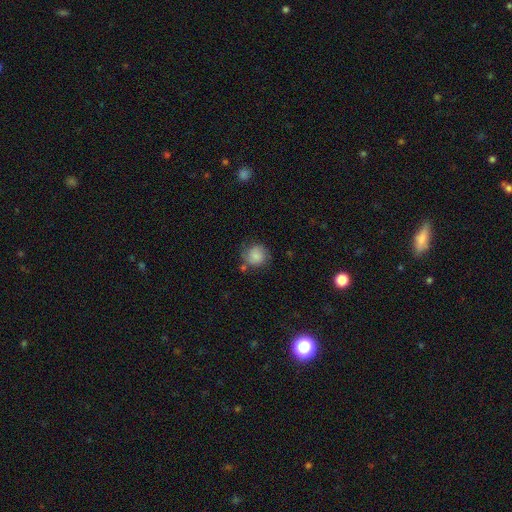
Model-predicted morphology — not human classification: Overall: smooth (67%). How rounded: round (85%). Merging: none (64%).